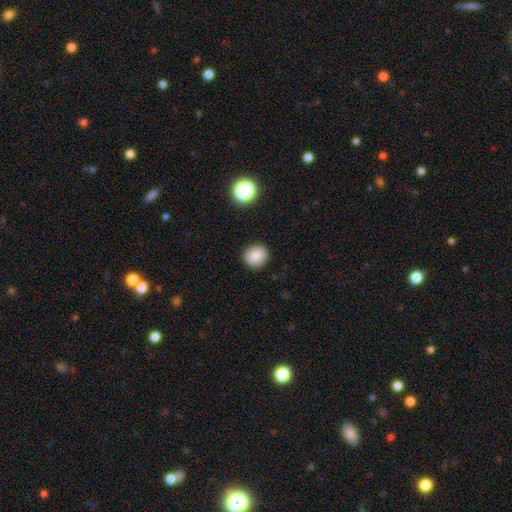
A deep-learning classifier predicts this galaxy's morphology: smooth_or_featured: smooth (p=0.85) [alt: star or artifact p=0.10]
how_rounded: round (p=0.86) [alt: in between p=0.13]
merging: none (p=0.90) [alt: minor disturbance p=0.07]